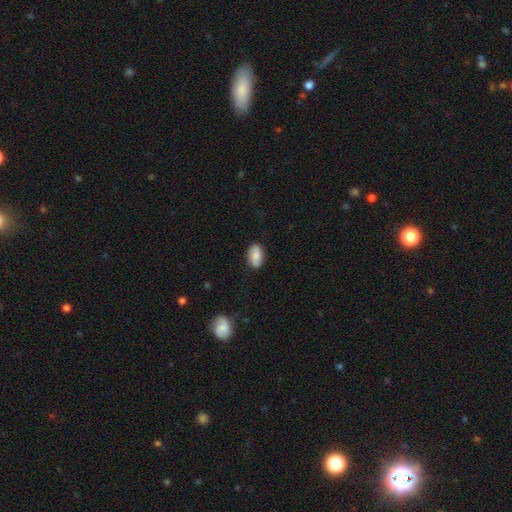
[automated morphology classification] Smooth or featured: smooth — 77% (featured or disk — 15%)
How rounded: in between — 91% (round — 6%)
Merging: none — 82% (minor disturbance — 14%)